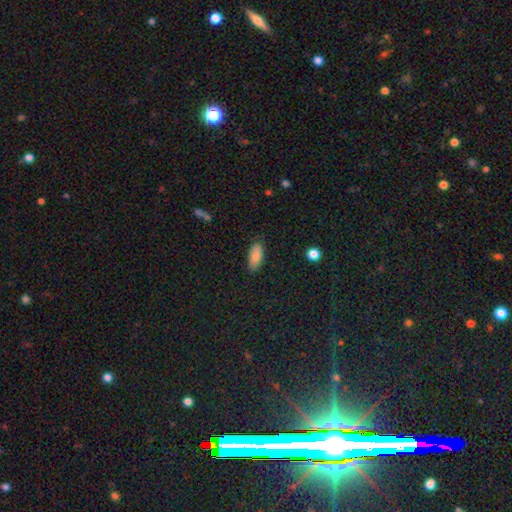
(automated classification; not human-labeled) This appears to be a smooth galaxy with no disk features (85%) that is in between round and cigar-shaped (85%). Merging: none (83%).